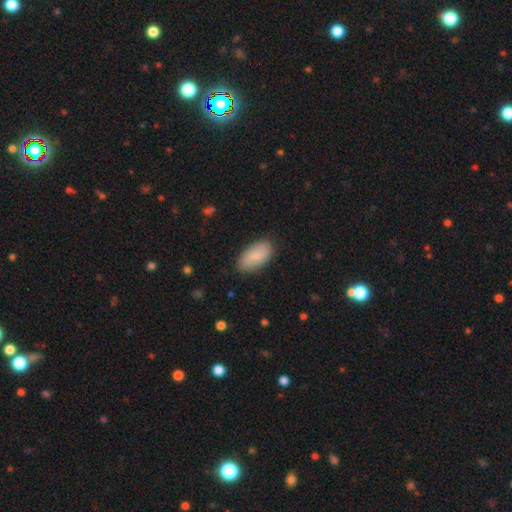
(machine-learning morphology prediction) Q: Smooth or featured?
A: smooth (74%); runner-up: featured or disk (20%)
Q: How rounded?
A: in between (94%); runner-up: cigar-shaped (3%)
Q: Merging?
A: none (85%); runner-up: minor disturbance (12%)